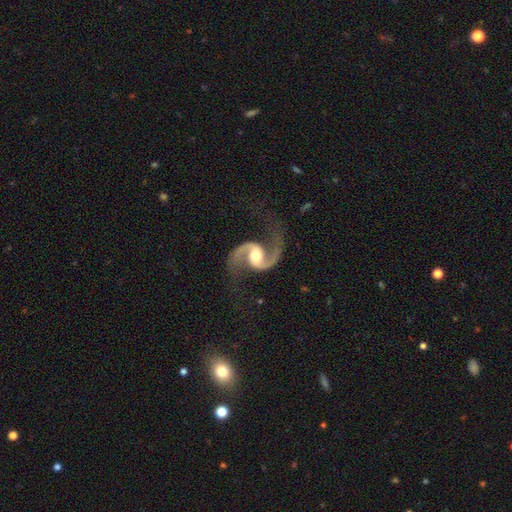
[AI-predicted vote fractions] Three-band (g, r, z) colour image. It shows a featured or disk galaxy (94%) with a weak bar (40%), 2 (95%) medium (47%) spiral arms (98%) and a moderate central bulge (71%). Merging: none (75%).